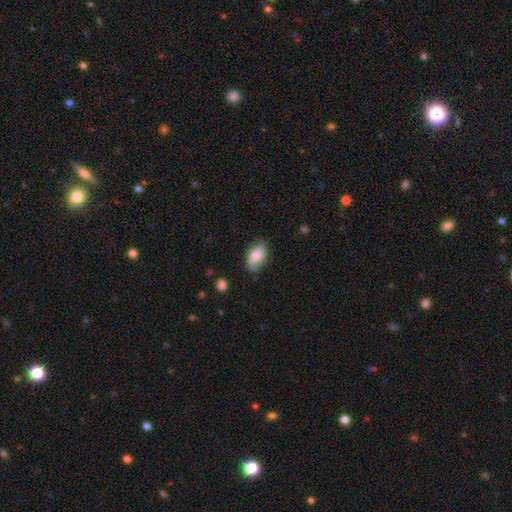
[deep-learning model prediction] Smooth or featured: smooth — 77% (featured or disk — 16%)
How rounded: in between — 92% (round — 6%)
Merging: none — 73% (minor disturbance — 21%)